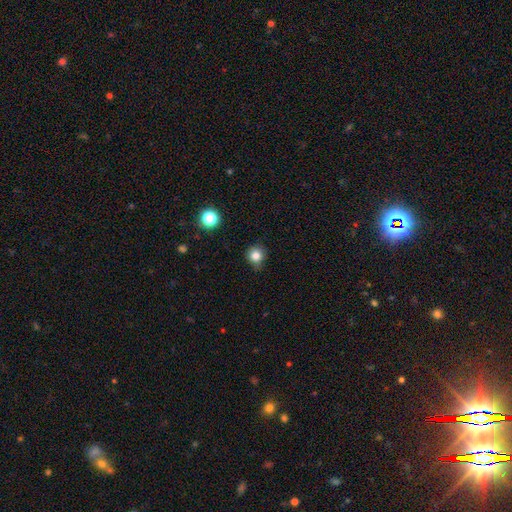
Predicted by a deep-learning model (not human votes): Smooth or featured? smooth (82%)
How rounded? round (90%)
Merging? none (78%)